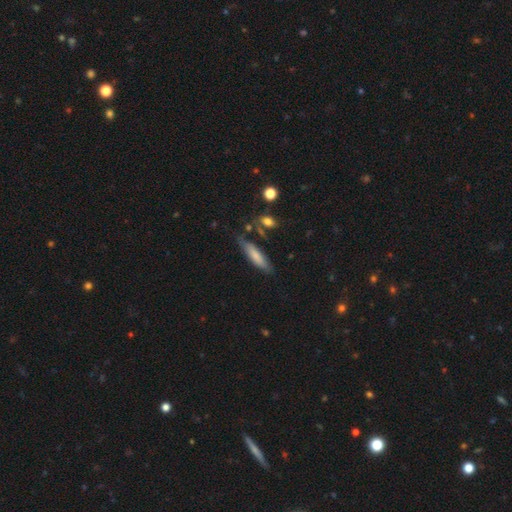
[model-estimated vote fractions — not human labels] Q: Smooth or featured?
A: smooth (74%); runner-up: featured or disk (19%)
Q: How rounded?
A: cigar-shaped (68%); runner-up: in between (30%)
Q: Merging?
A: none (70%); runner-up: minor disturbance (20%)